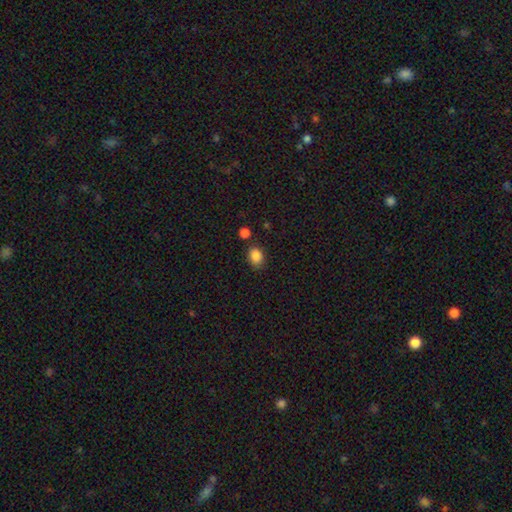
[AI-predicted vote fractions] Smooth or featured? Predicted: smooth (p=0.86). How rounded? Predicted: in between (p=0.61). Merging? Predicted: none (p=0.75).